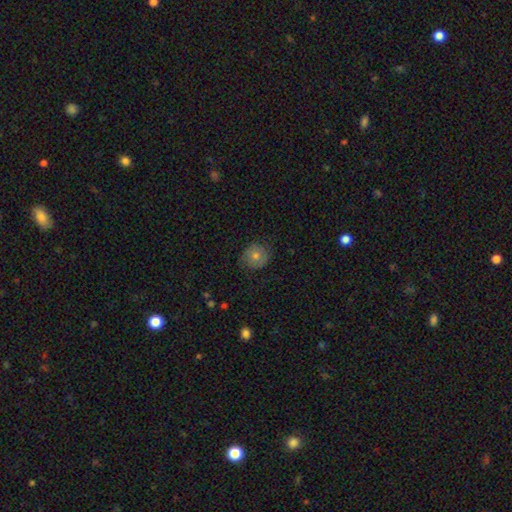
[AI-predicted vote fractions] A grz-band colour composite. It shows a smooth galaxy with no disk features (64%) that is round (89%). Merging: none (80%).